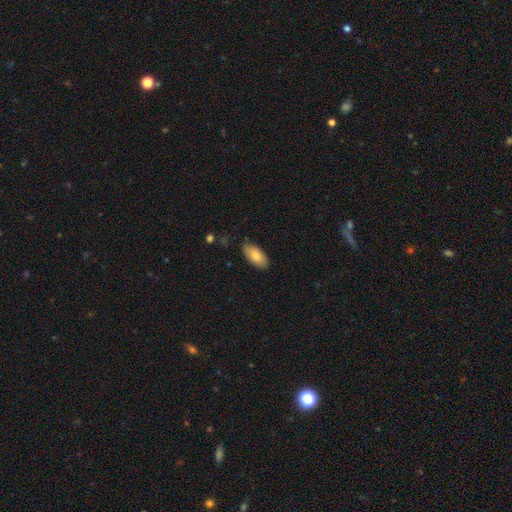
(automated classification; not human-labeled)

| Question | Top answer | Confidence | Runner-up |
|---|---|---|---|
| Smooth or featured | smooth | 80% | featured or disk (13%) |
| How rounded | in between | 92% | cigar-shaped (6%) |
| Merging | none | 83% | minor disturbance (14%) |